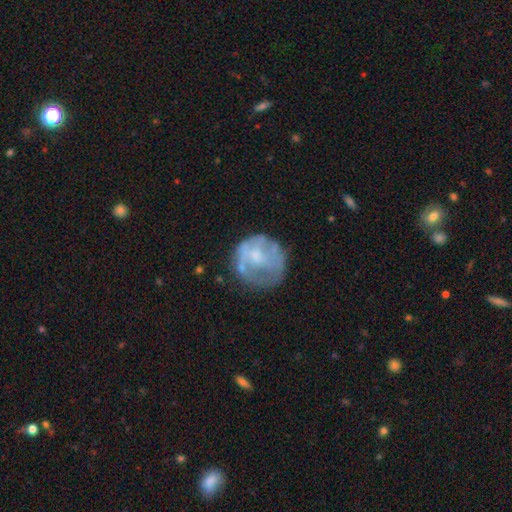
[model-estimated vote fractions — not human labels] A featured or disk galaxy (53%) with no bar (72%), no spiral arms (71%) and a moderate central bulge (39%). Merging: none (56%).